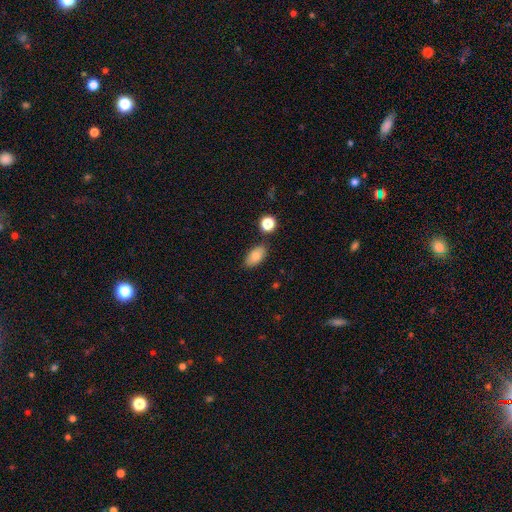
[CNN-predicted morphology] Q: Smooth or featured?
A: smooth (80%); runner-up: featured or disk (11%)
Q: How rounded?
A: in between (91%); runner-up: round (6%)
Q: Merging?
A: none (82%); runner-up: minor disturbance (11%)